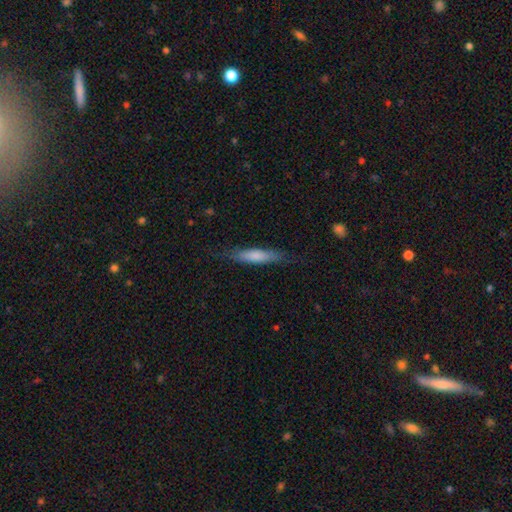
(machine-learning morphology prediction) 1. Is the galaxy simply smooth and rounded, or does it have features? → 71% smooth, 24% featured or disk, 6% star or artifact.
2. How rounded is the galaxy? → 81% cigar-shaped, 18% in between, 2% round.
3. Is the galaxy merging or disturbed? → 78% none, 16% minor disturbance, 5% major disturbance, 1% merger.